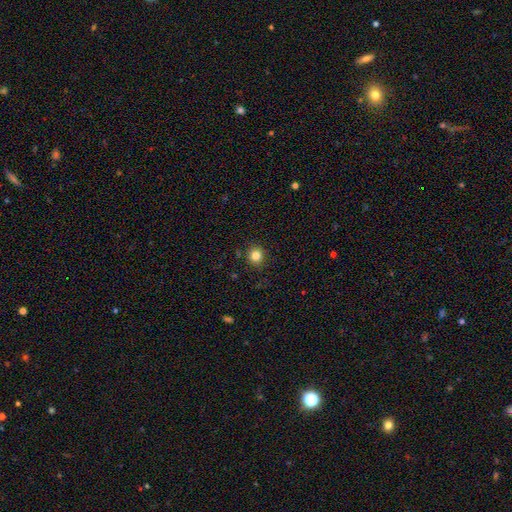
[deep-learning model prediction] Smooth or featured? smooth (83%)
How rounded? round (86%)
Merging? none (89%)